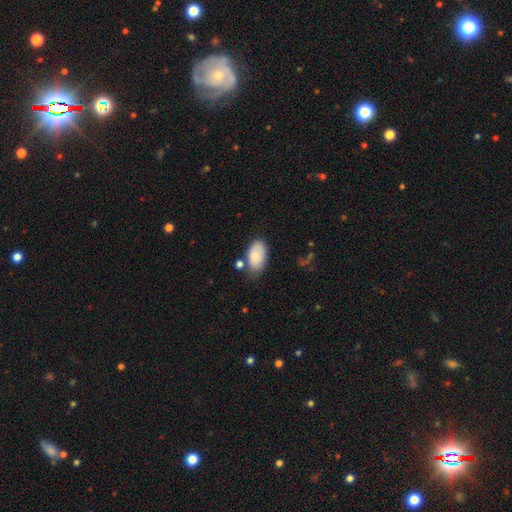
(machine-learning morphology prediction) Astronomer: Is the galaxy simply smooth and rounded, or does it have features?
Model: smooth — 83%.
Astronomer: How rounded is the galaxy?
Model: in between — 94%.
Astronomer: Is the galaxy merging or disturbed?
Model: none — 65%.